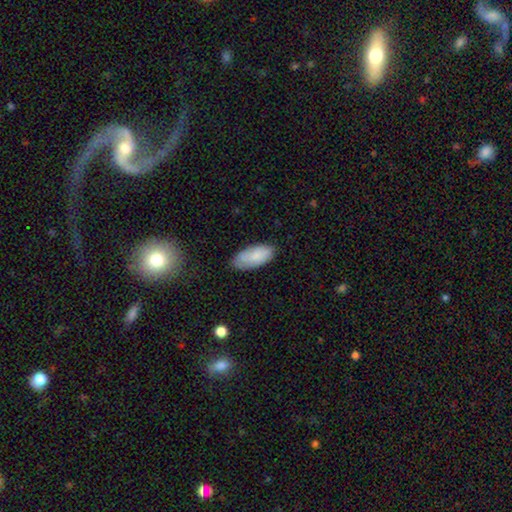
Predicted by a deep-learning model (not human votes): smooth 80%, featured or disk 14%, star or artifact 6%. Down the decision tree: how rounded — in between (91%); merging — none (72%).